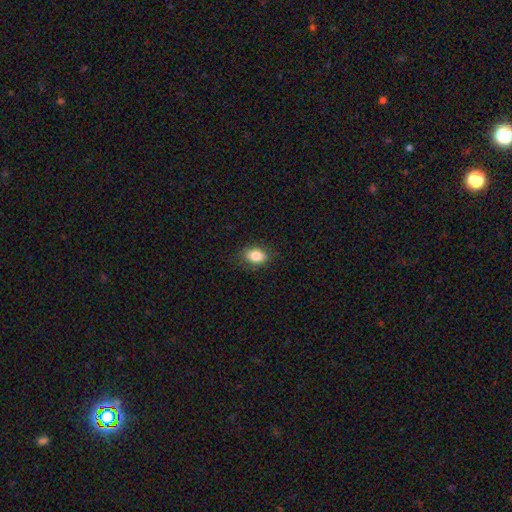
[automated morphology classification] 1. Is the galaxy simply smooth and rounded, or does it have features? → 84% smooth, 9% star or artifact, 7% featured or disk.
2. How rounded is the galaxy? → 79% in between, 19% round, 2% cigar-shaped.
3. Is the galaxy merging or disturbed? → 84% none, 12% minor disturbance, 3% major disturbance, 1% merger.